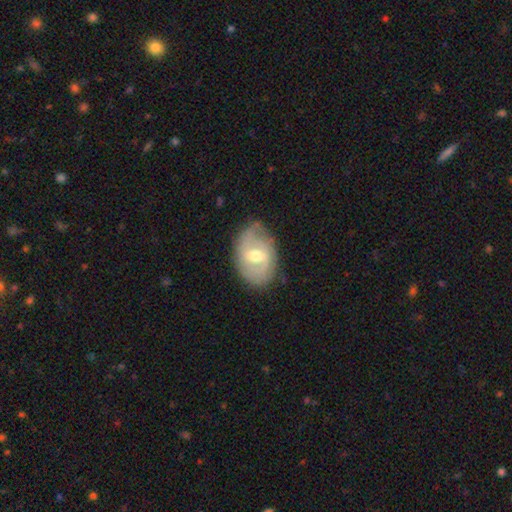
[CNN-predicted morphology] The model was most divided on "bar": weak: 53%, no: 30%, strong: 17%. More confident: edge-on disk — no (95%); spiral arms — yes (75%); bulge size — moderate (72%); merging — none (71%); smooth or featured — featured or disk (66%).